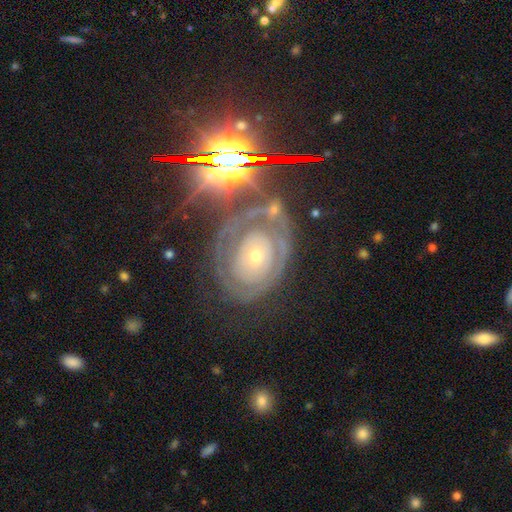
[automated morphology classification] A featured or disk galaxy (74%) with no bar (84%), spiral arms (69%) and a small central bulge (50%).

Vote fractions:
- Smooth or featured? featured or disk: 74% / smooth: 19% / star or artifact: 7%
- Edge-on disk? no: 96% / yes: 4%
- Bar? no: 84% / weak: 11% / strong: 5%
- Spiral arms? yes: 69% / no: 31%
- Bulge size? small: 50% / moderate: 43% / large: 4% / none: 2% / dominant: 2%
- Merging? none: 42% / merger: 27% / minor disturbance: 16% / major disturbance: 16%